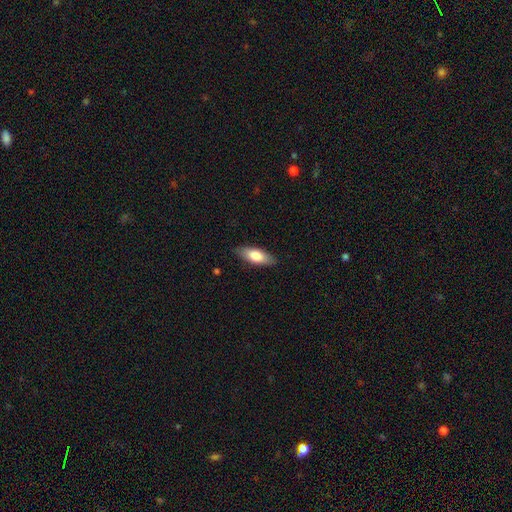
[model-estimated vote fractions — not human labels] smooth-or-featured: smooth: 76% | featured or disk: 19% | star or artifact: 5%
  how-rounded: in between: 72% | cigar-shaped: 26% | round: 2%
  merging: none: 86% | minor disturbance: 11% | major disturbance: 2% | merger: 1%